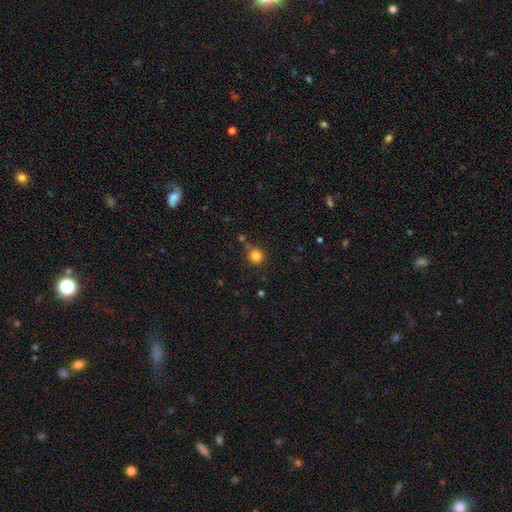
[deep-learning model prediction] This appears to be a smooth galaxy with no disk features (83%) that is round (93%). Merging: none (77%).